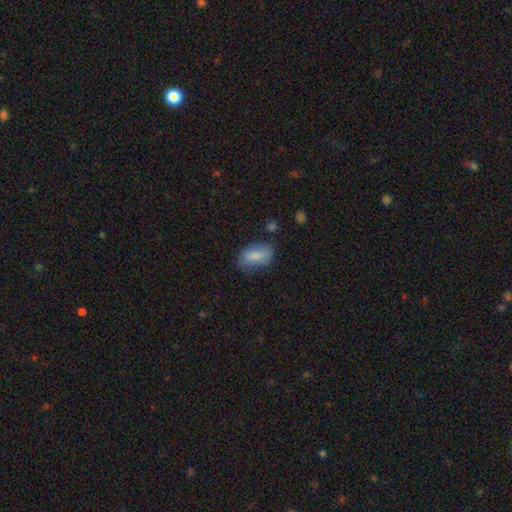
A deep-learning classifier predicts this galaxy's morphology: Q: Smooth or featured?
A: smooth (81%); runner-up: featured or disk (11%)
Q: How rounded?
A: in between (88%); runner-up: round (6%)
Q: Merging?
A: none (65%); runner-up: minor disturbance (25%)